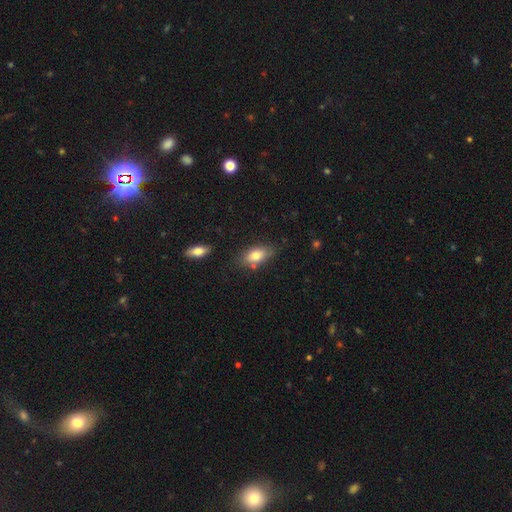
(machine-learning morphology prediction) Smooth or featured?
  - smooth: 78% *
  - featured or disk: 15%
  - star or artifact: 8%
How rounded?
  - in between: 86% *
  - cigar-shaped: 8%
  - round: 5%
Merging?
  - none: 73% *
  - minor disturbance: 17%
  - merger: 7%
  - major disturbance: 4%